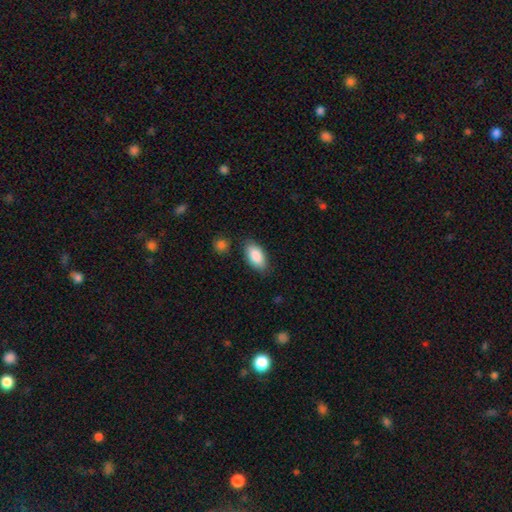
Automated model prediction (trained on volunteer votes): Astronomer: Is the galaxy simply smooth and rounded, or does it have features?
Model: smooth — 88%.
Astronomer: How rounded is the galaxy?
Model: in between — 93%.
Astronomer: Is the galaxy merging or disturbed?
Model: none — 82%.